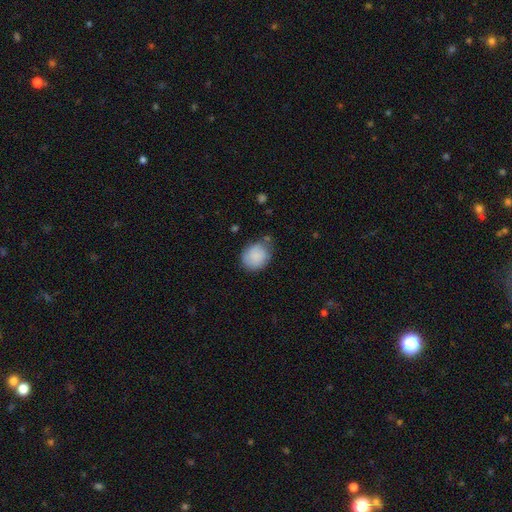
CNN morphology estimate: smooth 85%, featured or disk 8%, star or artifact 7%. Down the decision tree: how rounded — round (64%); merging — none (62%).